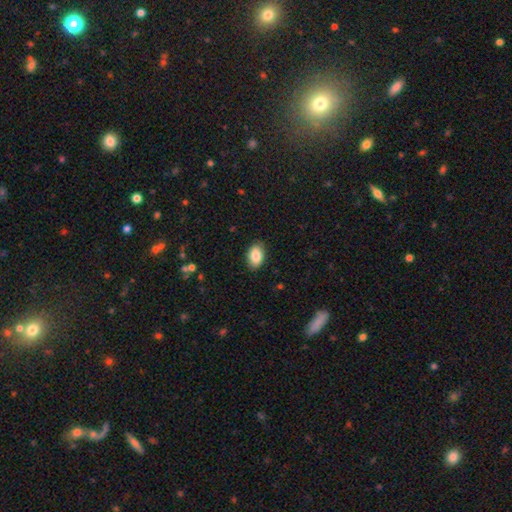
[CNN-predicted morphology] Smooth or featured?
  - smooth: 87% *
  - star or artifact: 7%
  - featured or disk: 6%
How rounded?
  - in between: 90% *
  - round: 9%
  - cigar-shaped: 1%
Merging?
  - none: 88% *
  - minor disturbance: 9%
  - major disturbance: 2%
  - merger: 1%